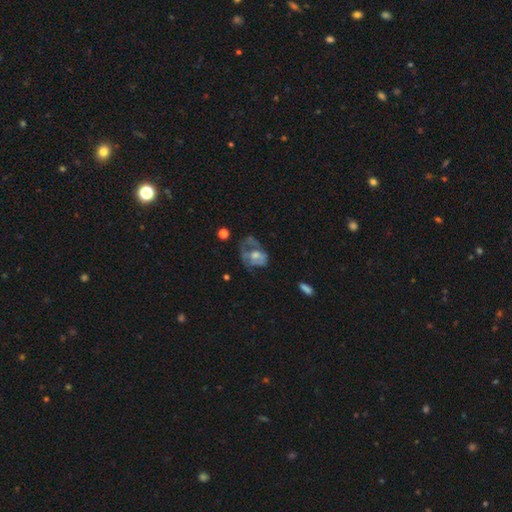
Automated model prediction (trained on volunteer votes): Smooth or featured?
  - featured or disk: 57% *
  - smooth: 32%
  - star or artifact: 11%
Edge-on disk?
  - no: 96% *
  - yes: 4%
Bar?
  - no: 77% *
  - weak: 19%
  - strong: 5%
Spiral arms?
  - no: 69% *
  - yes: 31%
Bulge size?
  - moderate: 57% *
  - small: 25%
  - large: 10%
  - none: 7%
  - dominant: 1%
Merging?
  - major disturbance: 40% *
  - none: 31%
  - minor disturbance: 23%
  - merger: 6%